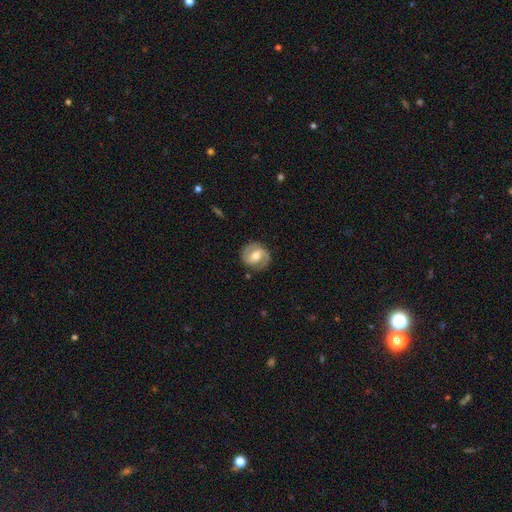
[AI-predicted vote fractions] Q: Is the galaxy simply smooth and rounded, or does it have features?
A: featured or disk — 78%.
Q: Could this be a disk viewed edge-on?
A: no — 98%.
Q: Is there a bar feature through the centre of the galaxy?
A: weak — 47%.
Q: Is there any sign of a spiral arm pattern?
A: yes — 92%.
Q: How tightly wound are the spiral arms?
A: medium — 48%.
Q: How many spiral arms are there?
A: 2 — 89%.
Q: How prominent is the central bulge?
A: moderate — 72%.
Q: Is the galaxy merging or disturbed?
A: none — 83%.